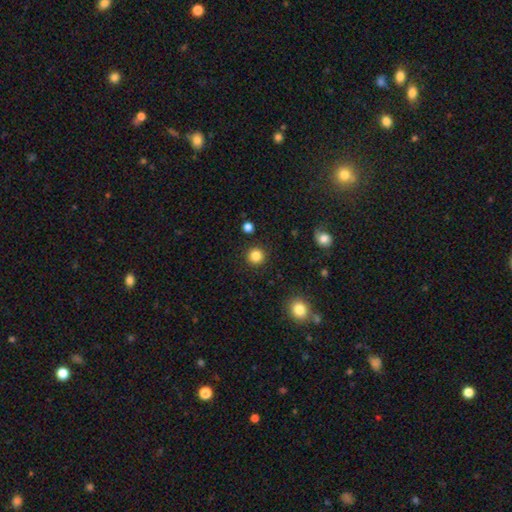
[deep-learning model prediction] Smooth or featured: smooth — 85% (star or artifact — 11%)
How rounded: round — 94% (in between — 5%)
Merging: none — 91% (minor disturbance — 5%)